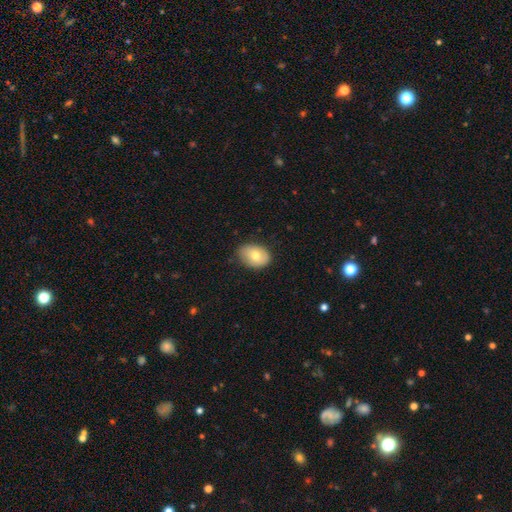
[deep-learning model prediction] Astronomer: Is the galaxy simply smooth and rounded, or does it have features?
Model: smooth — 74%.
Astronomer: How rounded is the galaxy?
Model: in between — 79%.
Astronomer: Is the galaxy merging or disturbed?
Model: none — 77%.